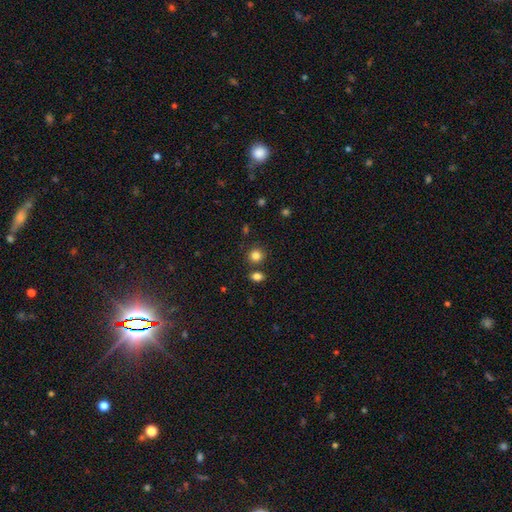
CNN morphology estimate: Smooth or featured? Predicted: smooth (p=0.83). How rounded? Predicted: round (p=0.85). Merging? Predicted: none (p=0.78).